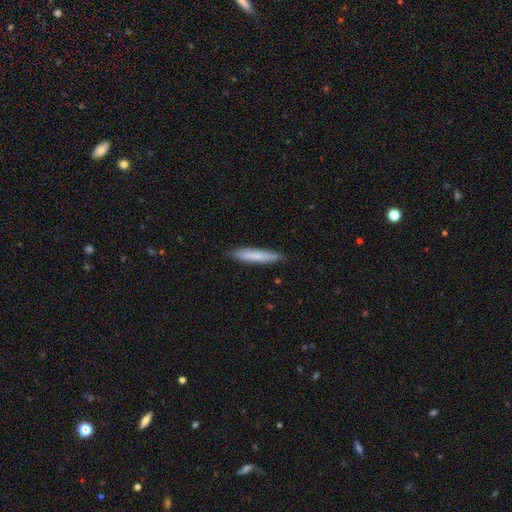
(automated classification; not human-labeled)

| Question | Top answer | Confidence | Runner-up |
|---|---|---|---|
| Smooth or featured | smooth | 75% | featured or disk (20%) |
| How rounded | cigar-shaped | 91% | in between (8%) |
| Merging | none | 84% | minor disturbance (12%) |